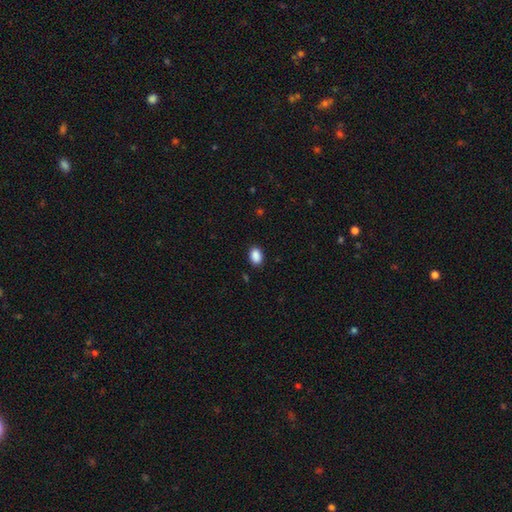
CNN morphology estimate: This appears to be a smooth galaxy with no disk features (89%) that is in between round and cigar-shaped (80%). Merging: none (87%).